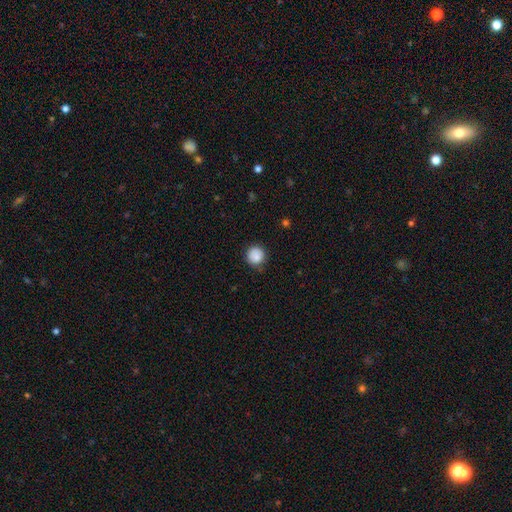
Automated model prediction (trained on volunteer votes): smooth_or_featured: smooth (p=0.85) [alt: star or artifact p=0.09]
how_rounded: round (p=0.92) [alt: in between p=0.07]
merging: none (p=0.78) [alt: minor disturbance p=0.17]